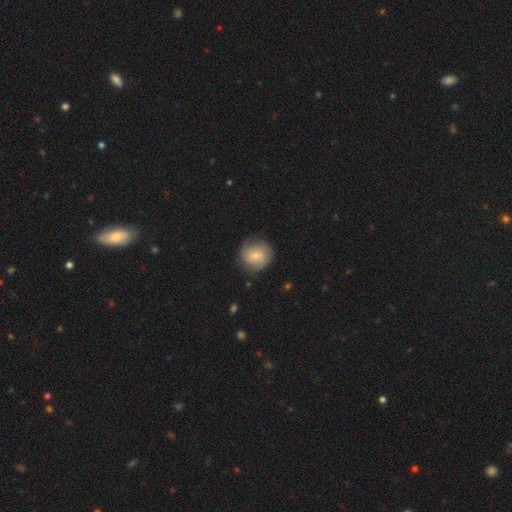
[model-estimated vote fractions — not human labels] Smooth or featured? smooth (54%)
How rounded? round (86%)
Merging? none (75%)